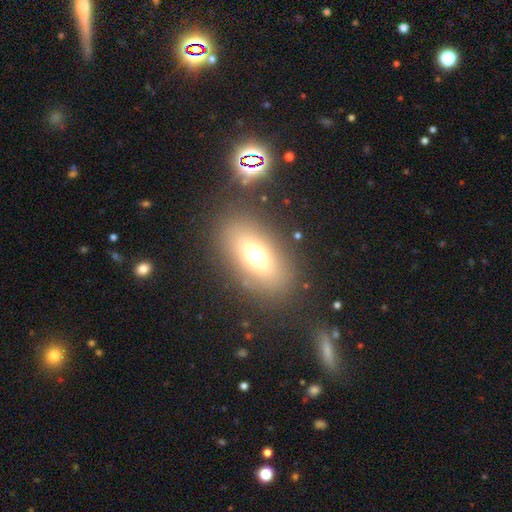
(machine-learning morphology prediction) smooth 62%, featured or disk 20%, star or artifact 18%. Down the decision tree: how rounded — in between (79%); merging — none (82%).